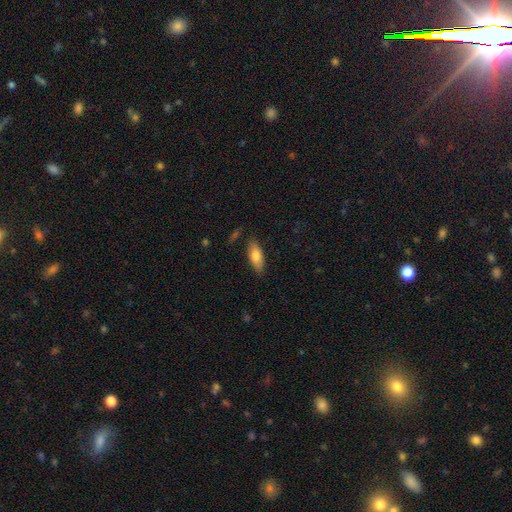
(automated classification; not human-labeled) smooth 78%, featured or disk 16%, star or artifact 6%. Down the decision tree: how rounded — in between (75%); merging — none (84%).